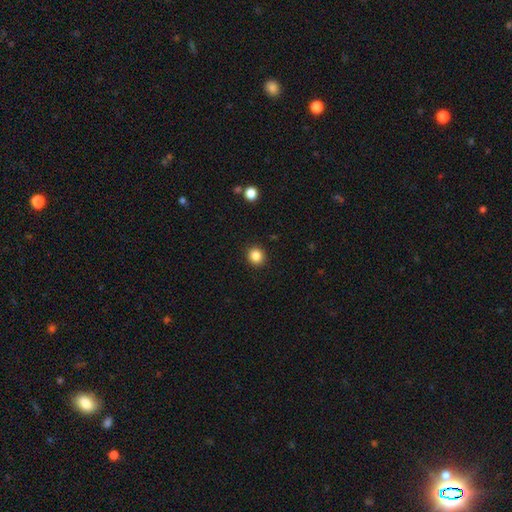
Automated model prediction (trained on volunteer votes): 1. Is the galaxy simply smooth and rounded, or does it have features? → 85% smooth, 11% star or artifact, 4% featured or disk.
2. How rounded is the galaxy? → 86% round, 13% in between, 1% cigar-shaped.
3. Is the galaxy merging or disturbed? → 92% none, 5% minor disturbance, 2% major disturbance, 1% merger.